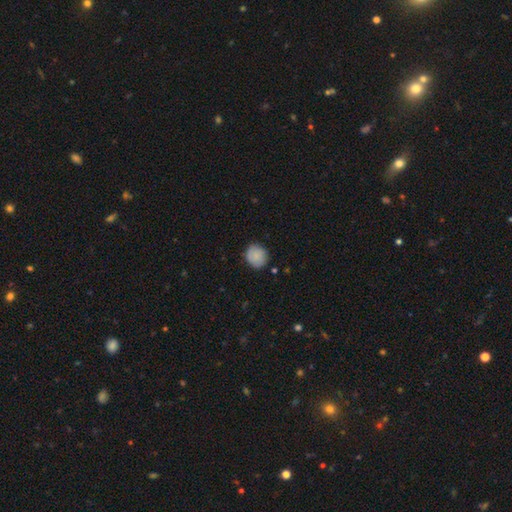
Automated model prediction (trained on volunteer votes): Smooth or featured?
  - smooth: 84% *
  - featured or disk: 8%
  - star or artifact: 7%
How rounded?
  - round: 86% *
  - in between: 13%
  - cigar-shaped: 1%
Merging?
  - none: 84% *
  - minor disturbance: 12%
  - major disturbance: 2%
  - merger: 1%